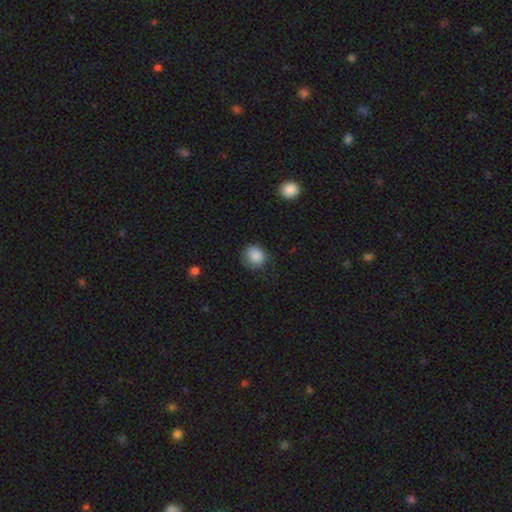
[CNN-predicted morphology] Smooth or featured? Predicted: smooth (p=0.85). How rounded? Predicted: round (p=0.71). Merging? Predicted: none (p=0.68).